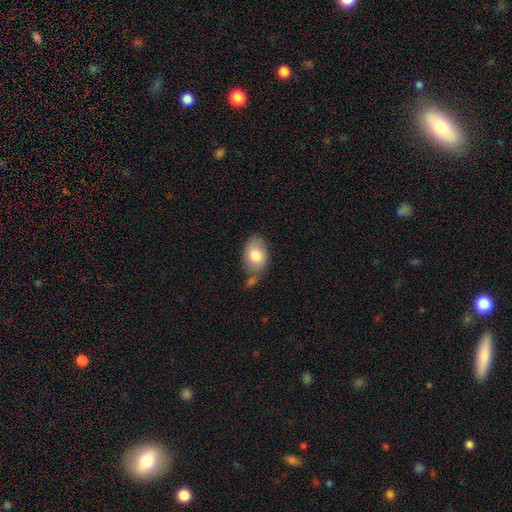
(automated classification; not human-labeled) This appears to be a smooth galaxy with no disk features (79%) that is in between round and cigar-shaped (85%). Merging: none (58%).